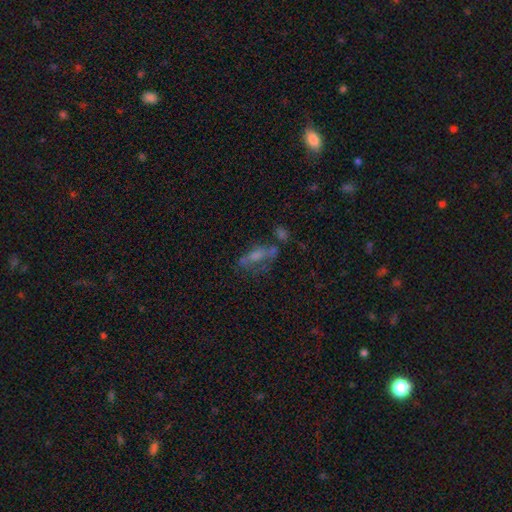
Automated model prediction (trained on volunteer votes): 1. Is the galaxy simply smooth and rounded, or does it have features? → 42% featured or disk, 35% smooth, 23% star or artifact.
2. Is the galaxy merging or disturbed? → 40% none, 22% major disturbance, 21% merger, 18% minor disturbance.